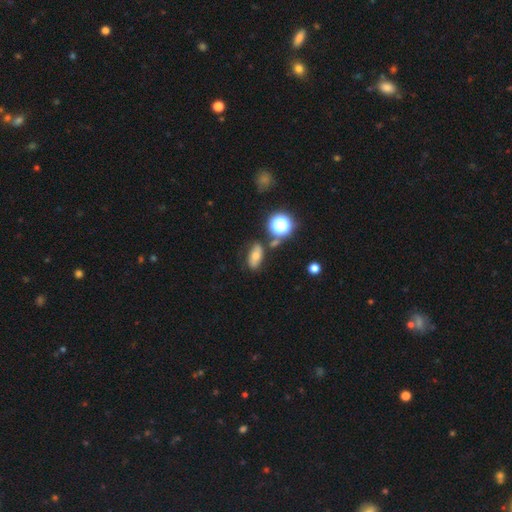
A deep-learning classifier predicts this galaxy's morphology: smooth 63%, featured or disk 19%, star or artifact 18%. Down the decision tree: how rounded — in between (73%); merging — none (73%).